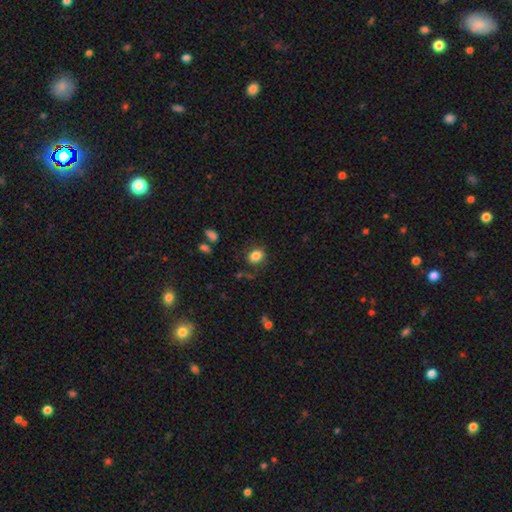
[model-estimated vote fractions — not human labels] A smooth galaxy with no disk features (84%) that is in between round and cigar-shaped (55%).

Vote fractions:
- Smooth or featured? smooth: 84% / star or artifact: 10% / featured or disk: 6%
- How rounded? in between: 55% / round: 44% / cigar-shaped: 1%
- Merging? none: 79% / minor disturbance: 14% / major disturbance: 4% / merger: 2%